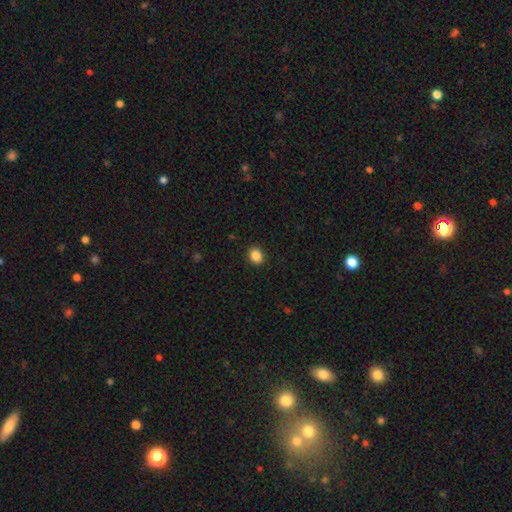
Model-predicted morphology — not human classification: Overall: smooth (87%). How rounded: round (67%; in between 32%). Merging: none (91%).